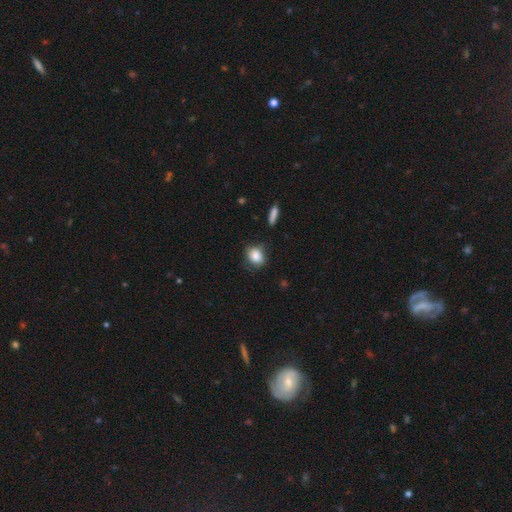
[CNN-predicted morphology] smooth 84%, star or artifact 8%, featured or disk 7%. Down the decision tree: how rounded — round (51%); merging — none (70%).